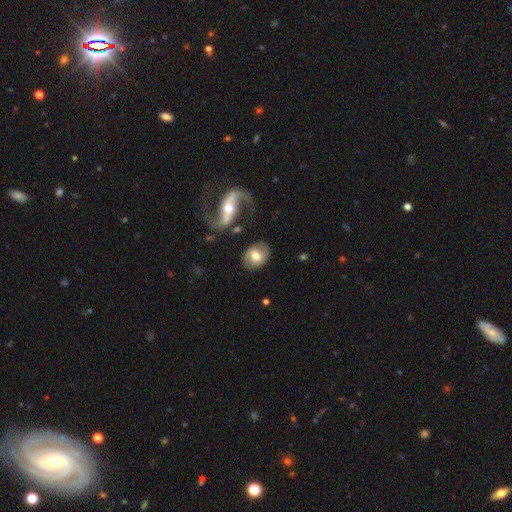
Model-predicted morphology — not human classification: Smooth or featured: smooth — 52% (featured or disk — 41%)
How rounded: round — 50% (in between — 48%)
Merging: none — 77% (minor disturbance — 13%)